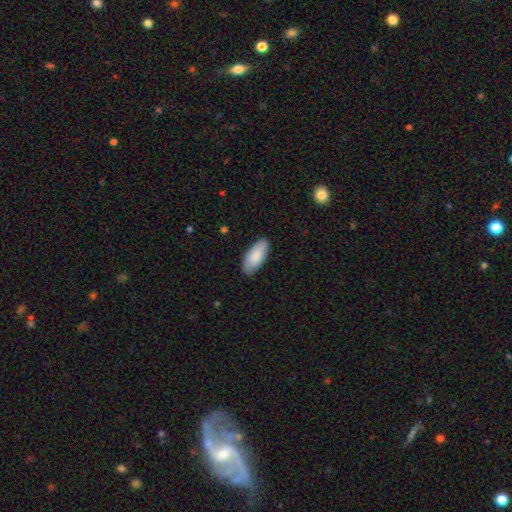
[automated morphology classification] smooth 85%, featured or disk 9%, star or artifact 5%. Down the decision tree: how rounded — in between (89%); merging — none (85%).